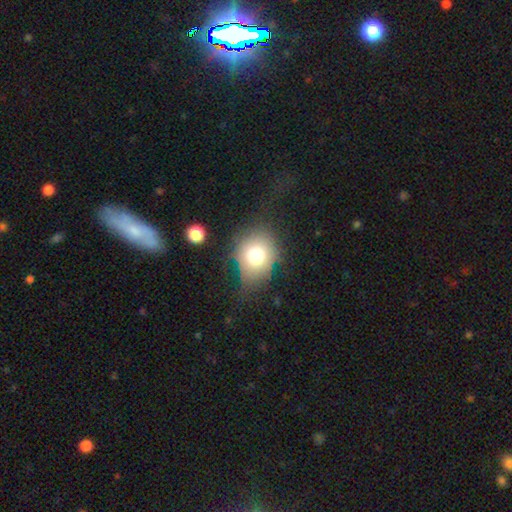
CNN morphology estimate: type=smooth (73%); roundness=round (64%); merging=none (63%).